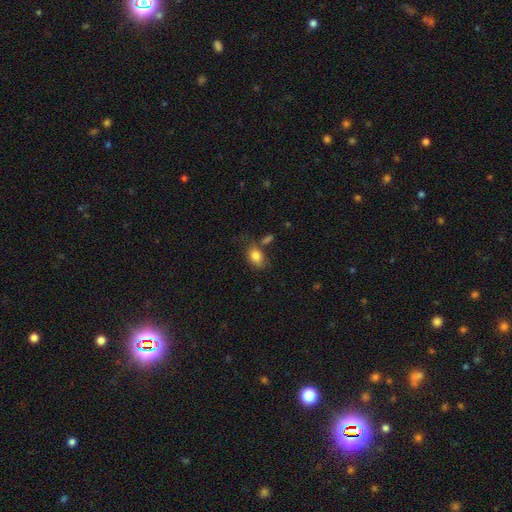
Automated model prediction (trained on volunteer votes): smooth_or_featured: smooth (p=0.83) [alt: featured or disk p=0.09]
how_rounded: in between (p=0.78) [alt: round p=0.20]
merging: none (p=0.55) [alt: minor disturbance p=0.23]